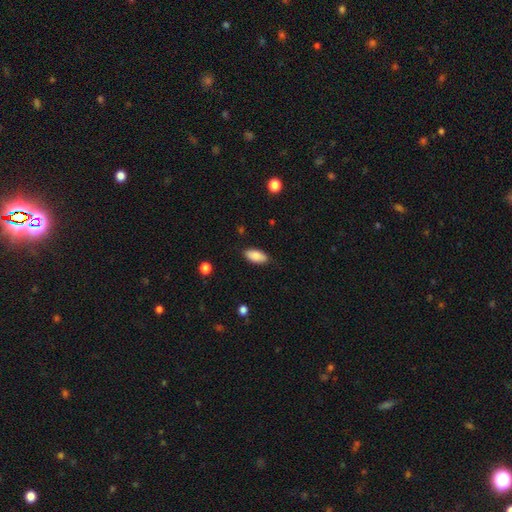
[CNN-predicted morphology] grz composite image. It shows a smooth galaxy with no disk features (86%) that is in between round and cigar-shaped (91%). Merging: none (85%).